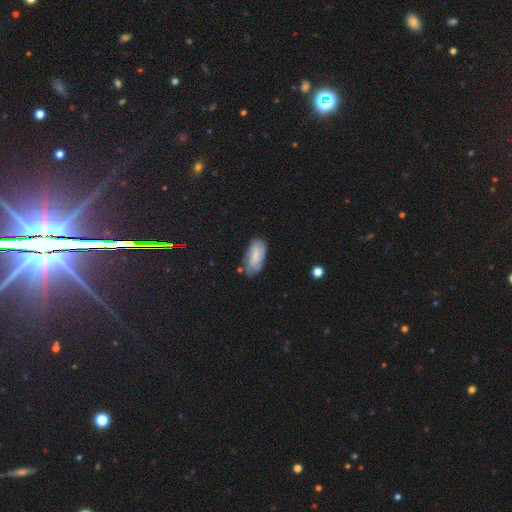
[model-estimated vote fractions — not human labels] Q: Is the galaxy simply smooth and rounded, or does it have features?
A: smooth — 73%.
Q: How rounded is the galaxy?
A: in between — 91%.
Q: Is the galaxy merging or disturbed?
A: none — 69%.